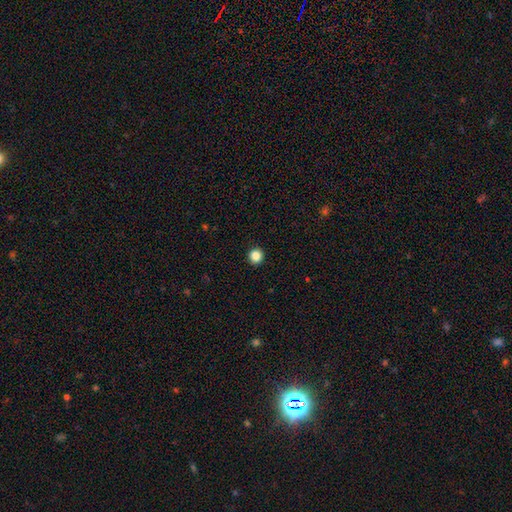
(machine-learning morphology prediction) A smooth galaxy with no disk features (86%) that is round (94%). Merging: none (94%).